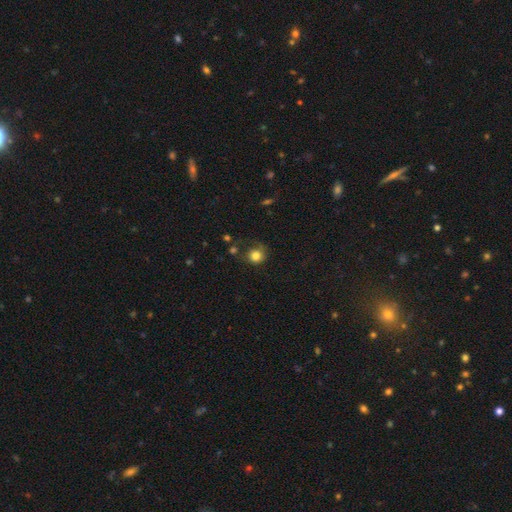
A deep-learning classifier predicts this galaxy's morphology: smooth_or_featured: smooth (p=0.81) [alt: star or artifact p=0.11]
how_rounded: round (p=0.86) [alt: in between p=0.13]
merging: none (p=0.61) [alt: minor disturbance p=0.23]